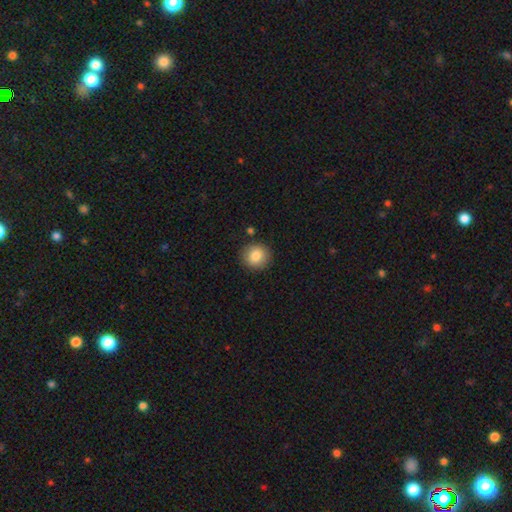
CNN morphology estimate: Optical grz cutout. It shows a smooth galaxy with no disk features (85%) that is round (90%). Merging: none (88%).